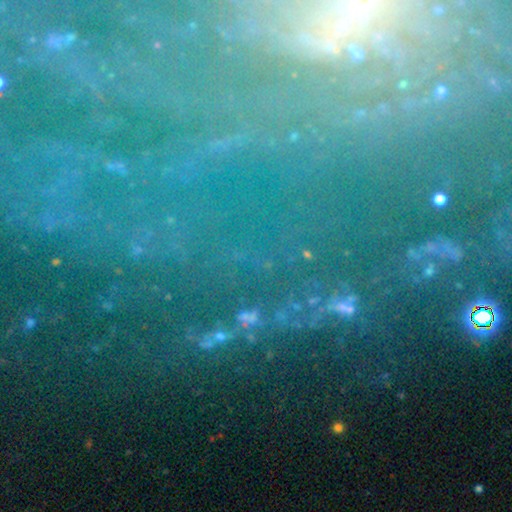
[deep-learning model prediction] Smooth or featured?
  - star or artifact: 57% *
  - featured or disk: 29%
  - smooth: 14%